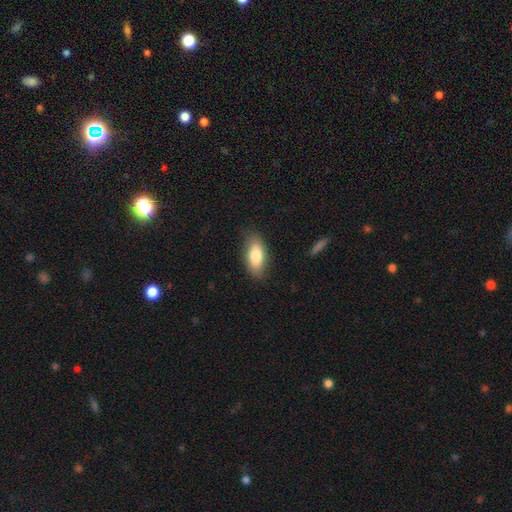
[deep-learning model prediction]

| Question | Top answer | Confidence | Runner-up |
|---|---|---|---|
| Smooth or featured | smooth | 79% | featured or disk (15%) |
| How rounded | in between | 87% | cigar-shaped (10%) |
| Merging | none | 81% | minor disturbance (15%) |